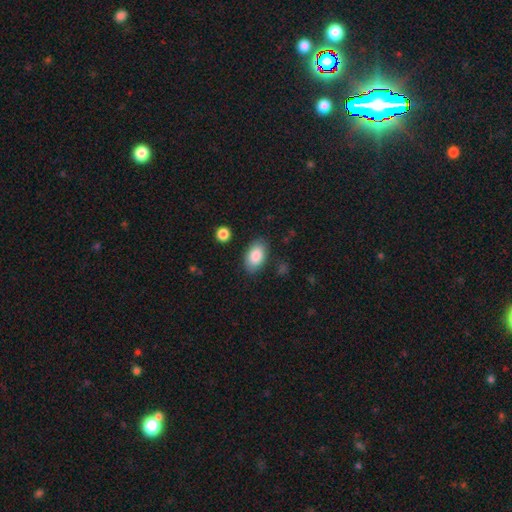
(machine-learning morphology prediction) Smooth or featured?
  - smooth: 87% *
  - featured or disk: 7%
  - star or artifact: 6%
How rounded?
  - in between: 93% *
  - round: 6%
  - cigar-shaped: 2%
Merging?
  - none: 83% *
  - minor disturbance: 12%
  - major disturbance: 3%
  - merger: 2%